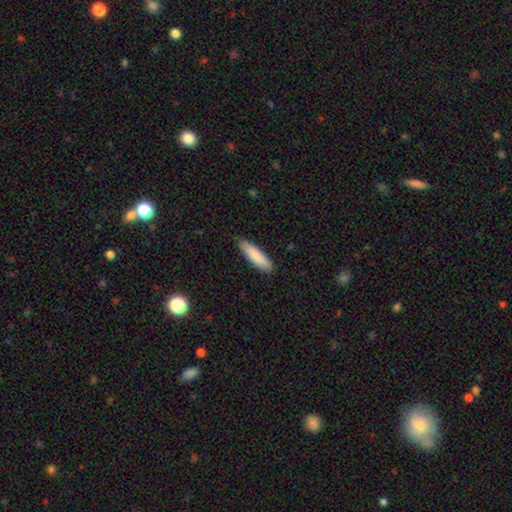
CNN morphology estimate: type=smooth (86%); roundness=cigar-shaped (66%); merging=none (86%).